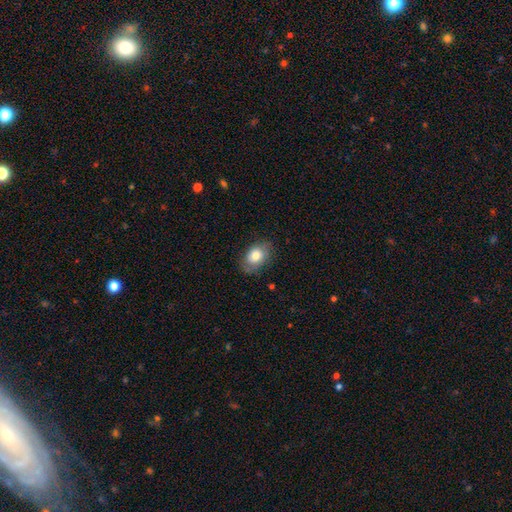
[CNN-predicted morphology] The model was most divided on "smooth or featured": smooth: 72%, featured or disk: 20%, star or artifact: 8%. More confident: how rounded — in between (78%); merging — none (74%).